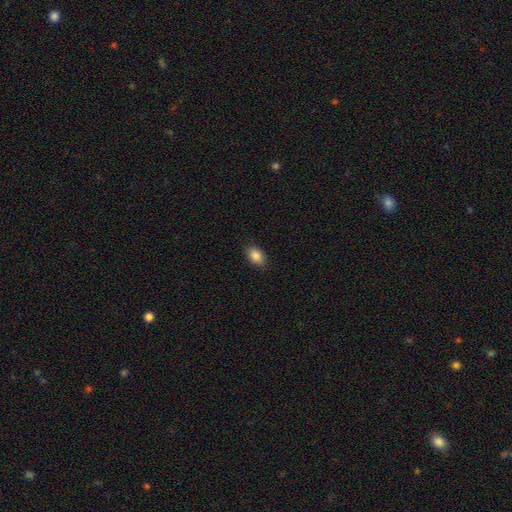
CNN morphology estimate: This is clearly a smooth galaxy (88%). How rounded: clearly in between (87%). Merging: clearly none (88%).